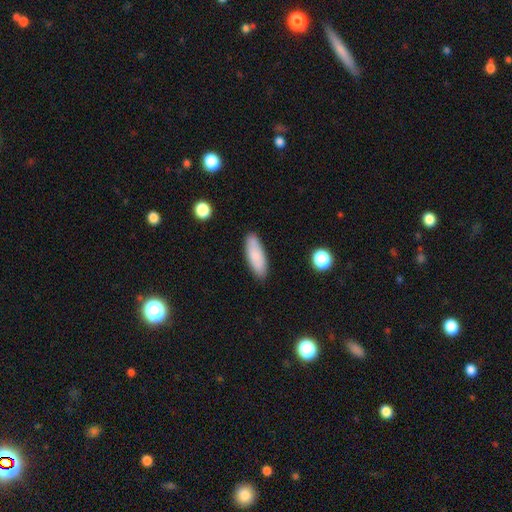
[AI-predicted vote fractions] A smooth galaxy with no disk features (84%) that is in between round and cigar-shaped (58%).

Vote fractions:
- Smooth or featured? smooth: 84% / featured or disk: 10% / star or artifact: 6%
- How rounded? in between: 58% / cigar-shaped: 40% / round: 2%
- Merging? none: 87% / minor disturbance: 10% / major disturbance: 2% / merger: 1%